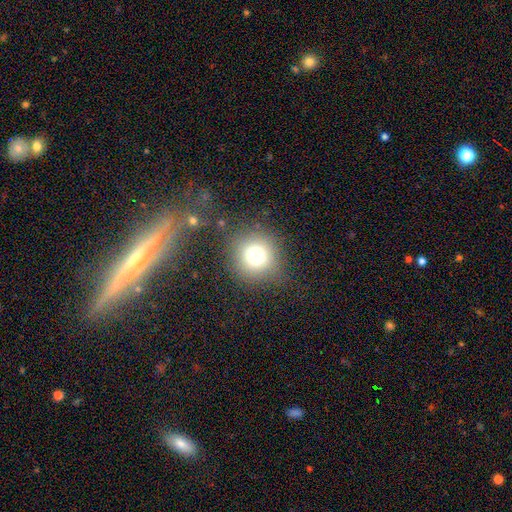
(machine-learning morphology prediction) Smooth or featured: smooth — 76% (star or artifact — 15%)
How rounded: round — 90% (in between — 9%)
Merging: none — 81% (minor disturbance — 11%)